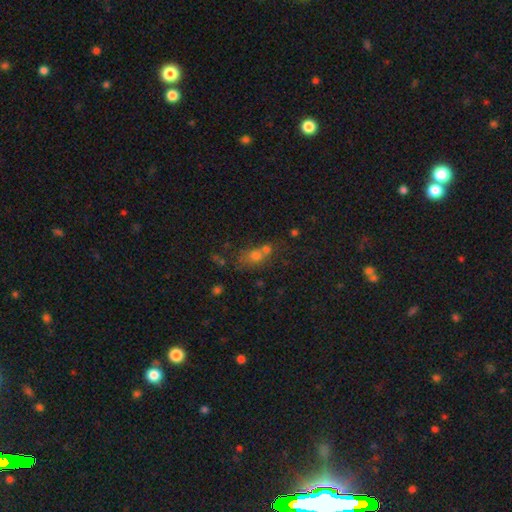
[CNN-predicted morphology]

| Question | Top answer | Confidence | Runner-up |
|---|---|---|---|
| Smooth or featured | smooth | 65% | star or artifact (17%) |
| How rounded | in between | 48% | round (47%) |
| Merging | merger | 51% | none (31%) |